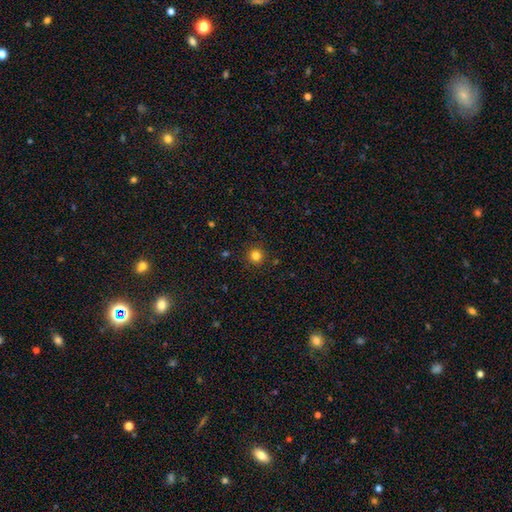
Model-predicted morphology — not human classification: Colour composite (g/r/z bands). It shows a smooth galaxy with no disk features (82%) that is round (94%). Merging: none (90%).